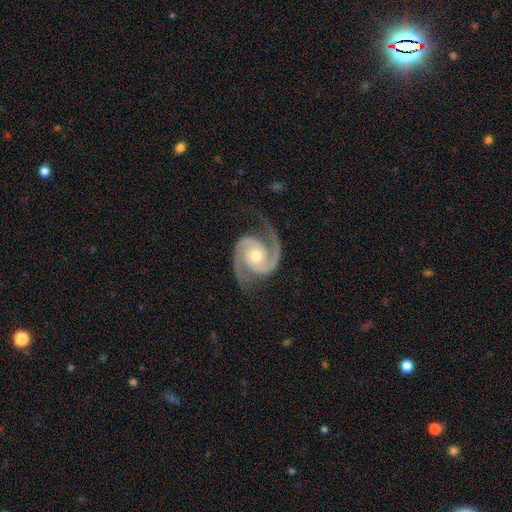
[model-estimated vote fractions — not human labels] Overall: featured or disk (94%). Edge-on disk: no (98%). Bar: no (69%). Spiral arms: yes (99%). Spiral arm count: 2 (94%). Spiral winding: medium (53%; tight 39%). Bulge size: moderate (66%; small 28%). Merging: none (80%).